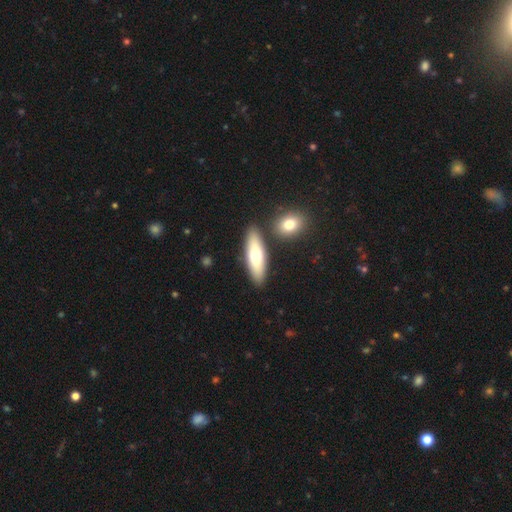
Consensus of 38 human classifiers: Smooth or featured?
  - smooth: 55% *
  - featured or disk: 37%
  - star or artifact: 8%
How rounded?
  - cigar-shaped: 52% *
  - in between: 43%
  - round: 5%
Merging?
  - none: 89% *
  - minor disturbance: 6%
  - major disturbance: 3%
  - merger: 3%